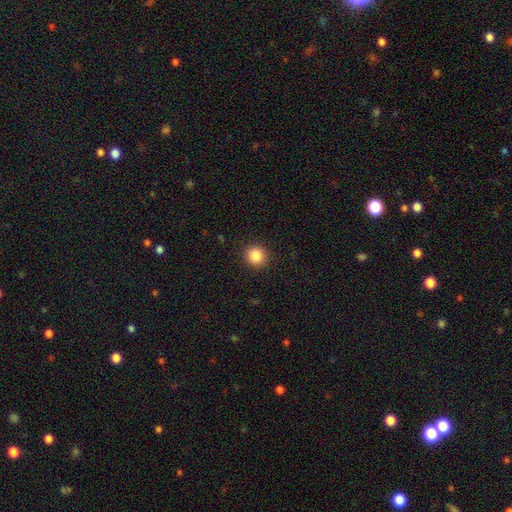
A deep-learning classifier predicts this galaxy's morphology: Smooth or featured? smooth (85%)
How rounded? round (92%)
Merging? none (92%)